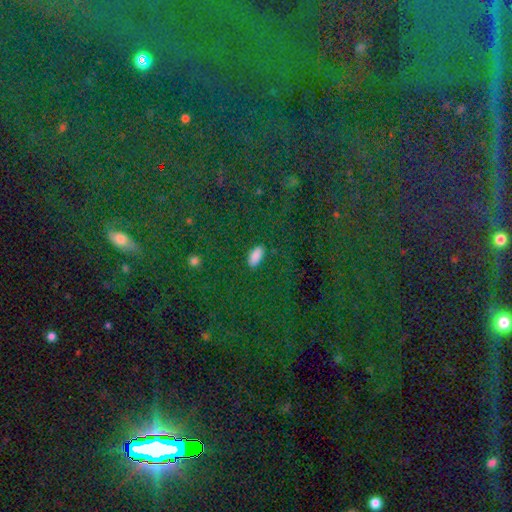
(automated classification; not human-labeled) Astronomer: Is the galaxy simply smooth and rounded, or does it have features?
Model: smooth — 80%.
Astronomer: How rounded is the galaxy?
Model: in between — 86%.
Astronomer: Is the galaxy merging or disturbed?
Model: none — 85%.